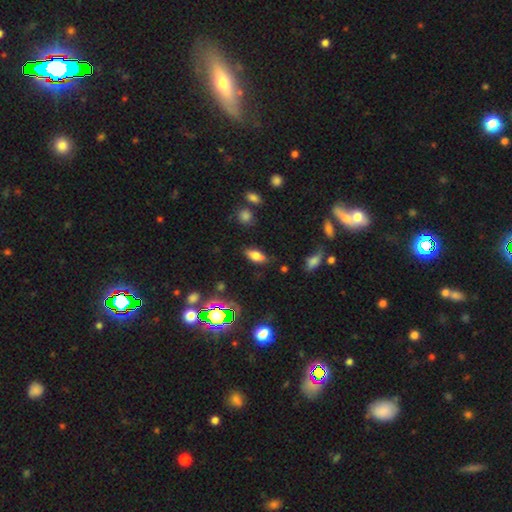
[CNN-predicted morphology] type=smooth (75%); roundness=in between (85%); merging=none (79%).